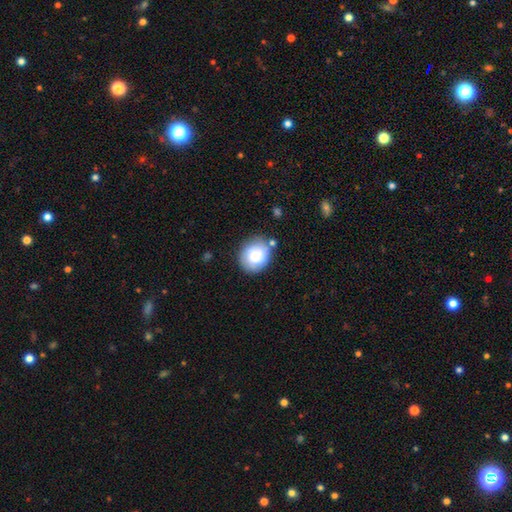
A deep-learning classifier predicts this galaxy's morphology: Smooth or featured? smooth (78%)
How rounded? round (71%)
Merging? none (74%)